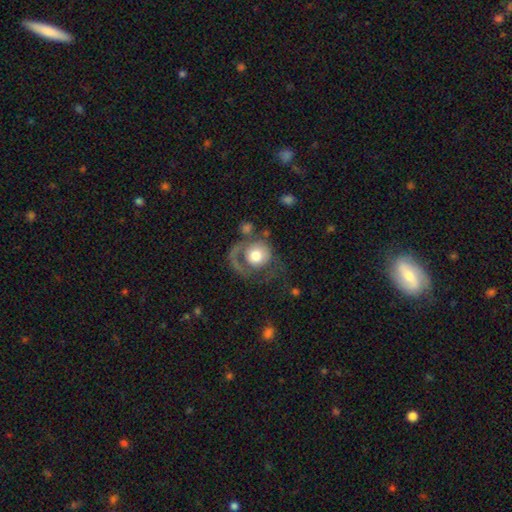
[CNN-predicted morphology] smooth-or-featured: featured or disk: 47% | smooth: 46% | star or artifact: 7%
  merging: major disturbance: 40% | none: 37% | minor disturbance: 15% | merger: 7%